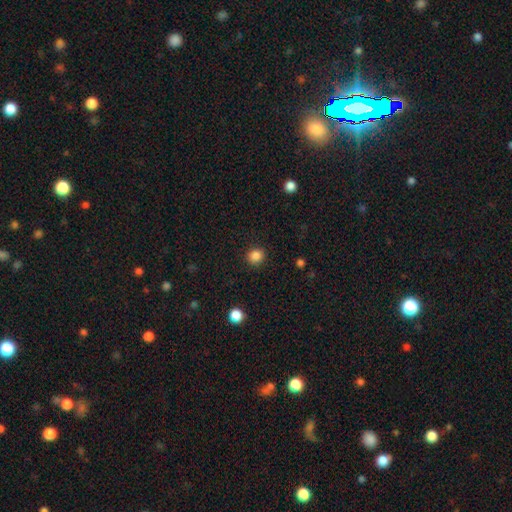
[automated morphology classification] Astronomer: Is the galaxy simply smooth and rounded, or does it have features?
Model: smooth — 85%.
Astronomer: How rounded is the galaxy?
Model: round — 88%.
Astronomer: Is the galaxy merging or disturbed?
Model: none — 90%.